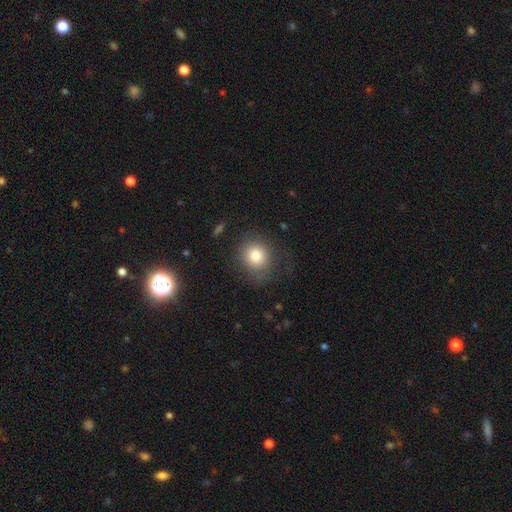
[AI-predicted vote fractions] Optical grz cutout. It shows a smooth galaxy with no disk features (79%) that is round (82%). Merging: none (72%).